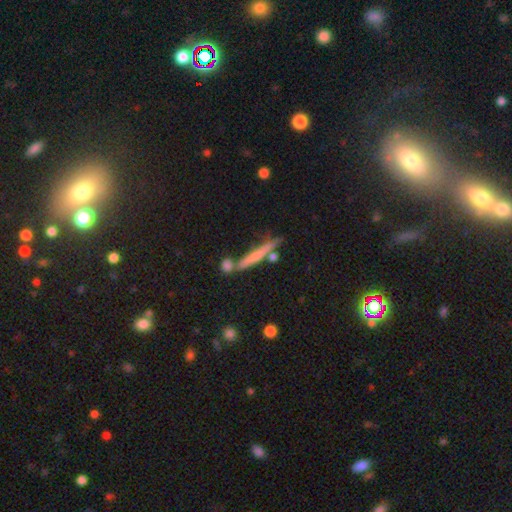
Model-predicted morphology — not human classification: smooth_or_featured: smooth (p=0.50) [alt: featured or disk p=0.42]
merging: none (p=0.68) [alt: merger p=0.14]